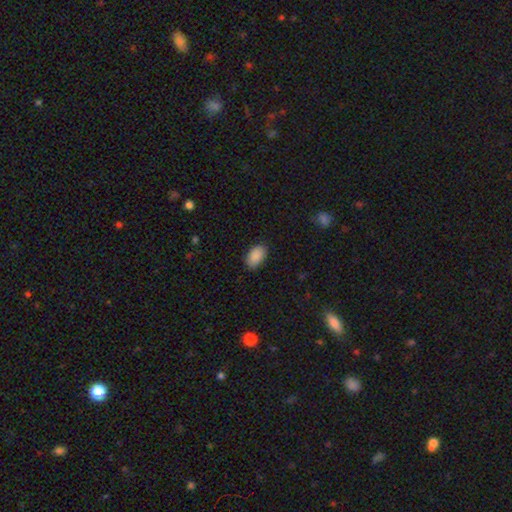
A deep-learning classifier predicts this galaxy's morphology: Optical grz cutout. It shows a smooth galaxy with no disk features (90%) that is in between round and cigar-shaped (93%). Merging: none (85%).